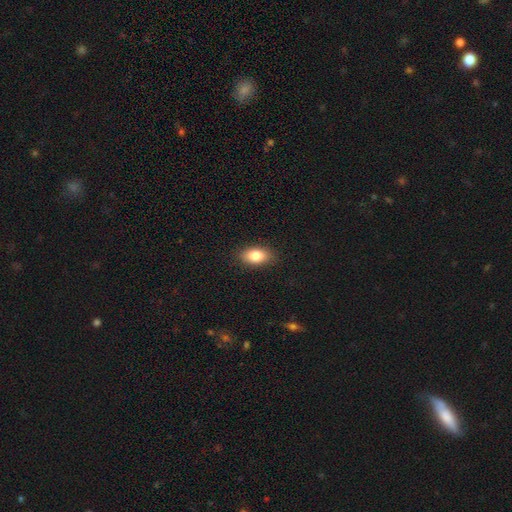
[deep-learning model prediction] This is clearly a smooth galaxy (82%). How rounded: clearly in between (88%). Merging: clearly none (88%).